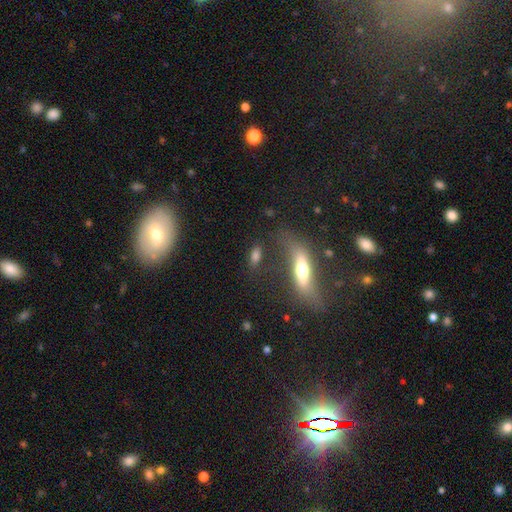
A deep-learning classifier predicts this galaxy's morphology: smooth-or-featured: smooth: 60% | featured or disk: 28% | star or artifact: 12%
  how-rounded: in between: 55% | cigar-shaped: 35% | round: 10%
  merging: none: 58% | minor disturbance: 18% | major disturbance: 14% | merger: 11%